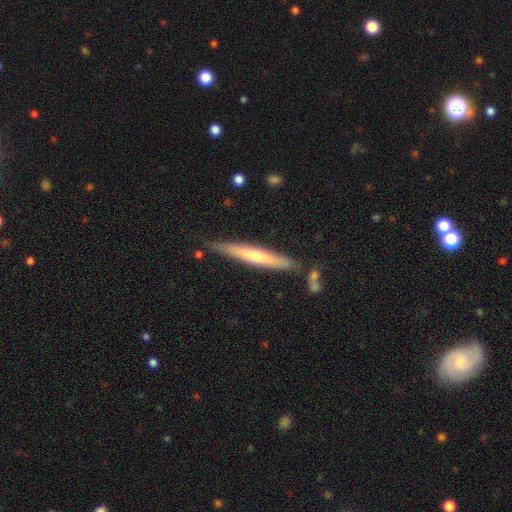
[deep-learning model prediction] Morphology: type=featured or disk (59%); edge-on=yes (94%); edge-on bulge=rounded (73%); merging=none (82%).